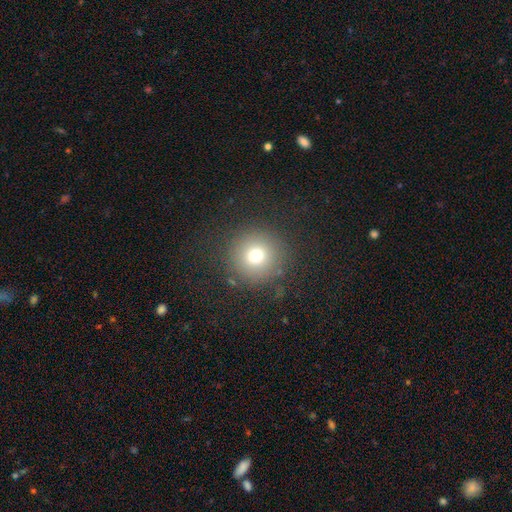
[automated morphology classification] Smooth or featured: smooth — 72% (star or artifact — 17%)
How rounded: round — 95% (in between — 4%)
Merging: none — 85% (minor disturbance — 8%)